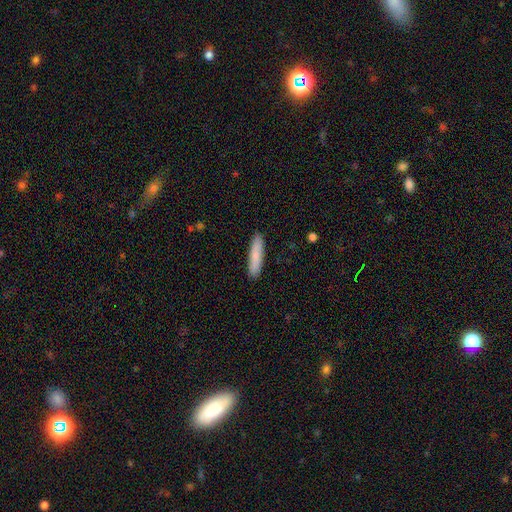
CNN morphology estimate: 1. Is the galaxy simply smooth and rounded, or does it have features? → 83% smooth, 11% featured or disk, 6% star or artifact.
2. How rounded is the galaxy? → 87% cigar-shaped, 12% in between, 1% round.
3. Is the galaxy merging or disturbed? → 90% none, 7% minor disturbance, 1% major disturbance, 1% merger.